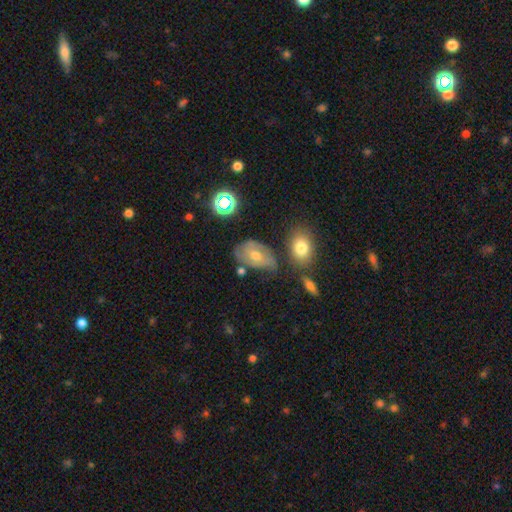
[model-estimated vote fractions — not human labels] Overall: featured or disk (46%; smooth 39%). Merging: none (50%; minor disturbance 28%).